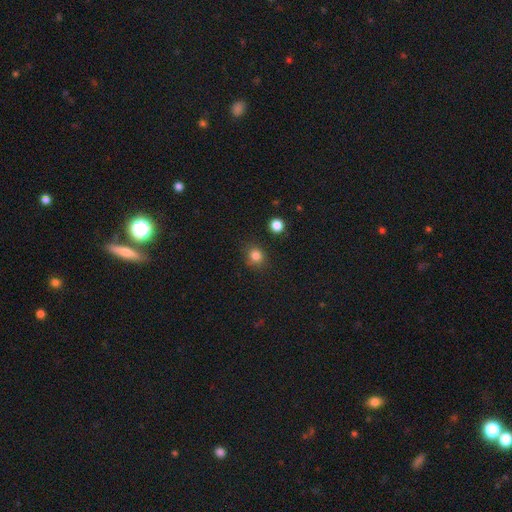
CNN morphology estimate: This appears to be a smooth galaxy with no disk features (83%) that is round (84%). Merging: none (85%).